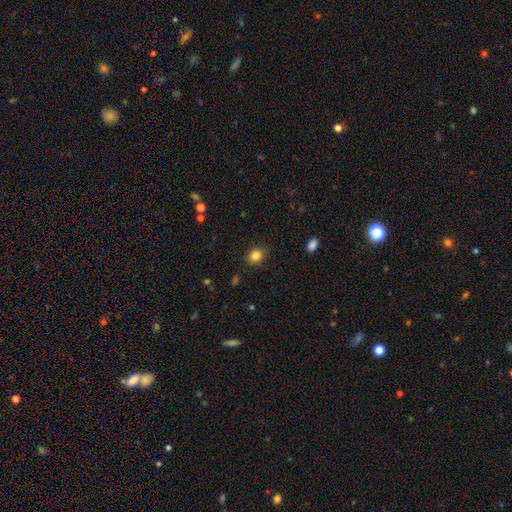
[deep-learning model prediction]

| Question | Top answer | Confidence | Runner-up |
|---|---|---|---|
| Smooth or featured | smooth | 83% | star or artifact (11%) |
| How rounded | round | 60% | in between (40%) |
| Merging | none | 87% | minor disturbance (10%) |